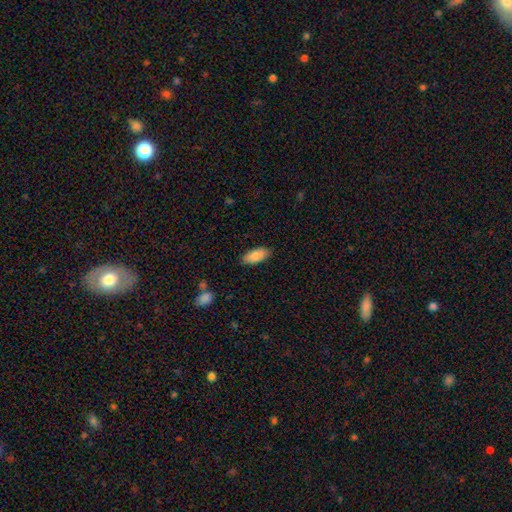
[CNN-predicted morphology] This appears to be a smooth galaxy with no disk features (87%) that is in between round and cigar-shaped (88%). Merging: none (86%).